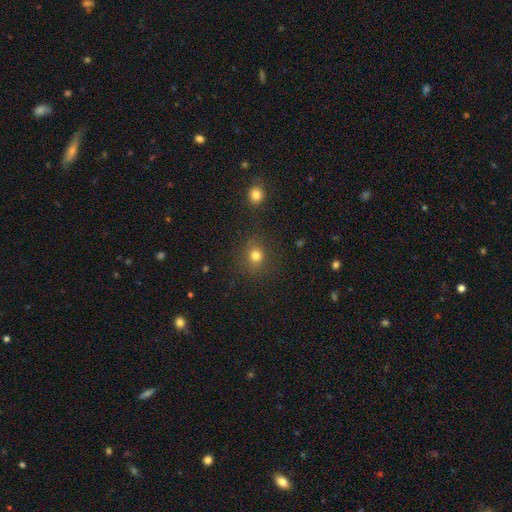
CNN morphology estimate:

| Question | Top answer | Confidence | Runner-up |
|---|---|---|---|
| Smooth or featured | smooth | 77% | star or artifact (17%) |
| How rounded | round | 82% | in between (17%) |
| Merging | none | 83% | minor disturbance (10%) |